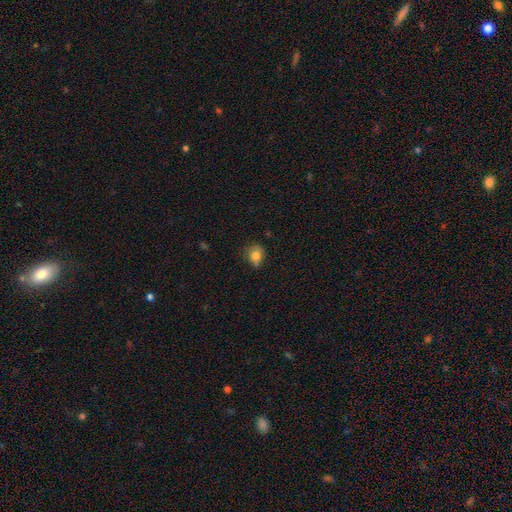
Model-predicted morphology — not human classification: Overall: smooth (77%). How rounded: round (61%; in between 38%). Merging: none (52%; minor disturbance 33%).